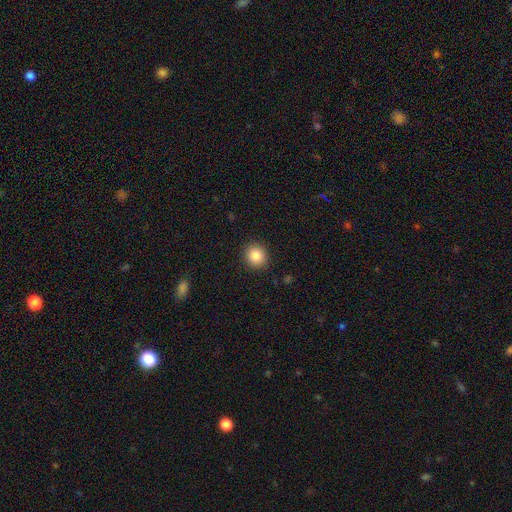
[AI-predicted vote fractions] Overall: smooth (86%). How rounded: round (87%). Merging: none (91%).